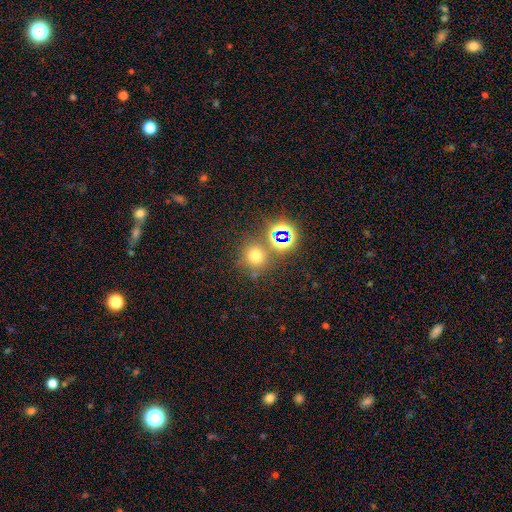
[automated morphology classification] smooth 62%, star or artifact 29%, featured or disk 9%. Down the decision tree: how rounded — round (90%); merging — none (71%).